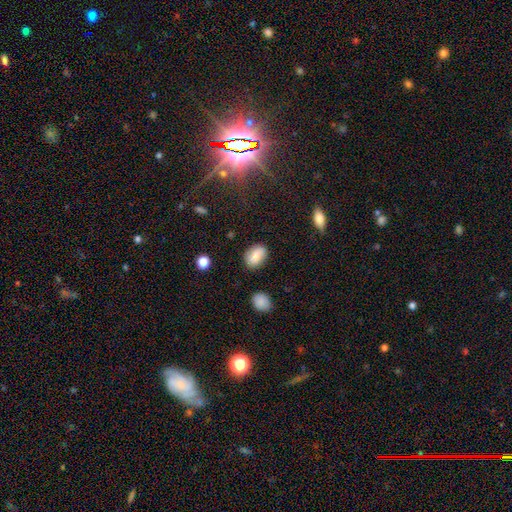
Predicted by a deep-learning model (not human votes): A smooth galaxy with no disk features (79%) that is in between round and cigar-shaped (83%).

Vote fractions:
- Smooth or featured? smooth: 79% / featured or disk: 13% / star or artifact: 8%
- How rounded? in between: 83% / round: 15% / cigar-shaped: 2%
- Merging? none: 82% / minor disturbance: 13% / major disturbance: 3% / merger: 2%